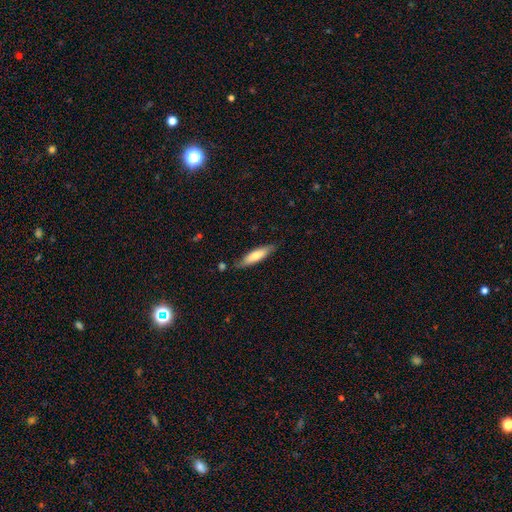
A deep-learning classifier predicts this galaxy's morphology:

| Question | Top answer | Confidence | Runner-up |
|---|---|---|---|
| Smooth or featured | smooth | 68% | featured or disk (26%) |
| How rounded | cigar-shaped | 71% | in between (27%) |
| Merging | none | 80% | minor disturbance (15%) |